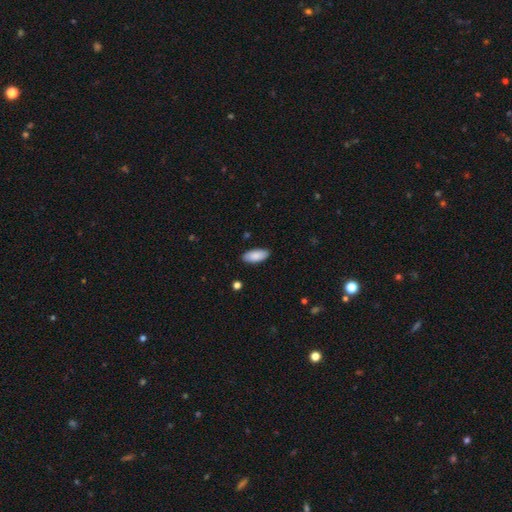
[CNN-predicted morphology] A smooth galaxy with no disk features (88%) that is in between round and cigar-shaped (89%).

Vote fractions:
- Smooth or featured? smooth: 88% / featured or disk: 6% / star or artifact: 6%
- How rounded? in between: 89% / cigar-shaped: 9% / round: 2%
- Merging? none: 88% / minor disturbance: 9% / major disturbance: 2% / merger: 1%